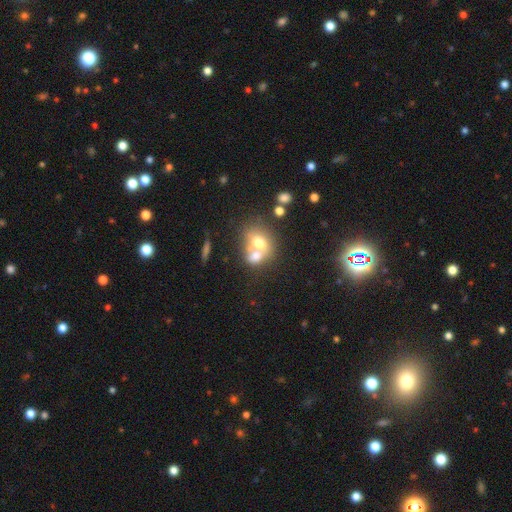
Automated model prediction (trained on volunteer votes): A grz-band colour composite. It shows a smooth galaxy with no disk features (65%) that is round (52%). Merging: merger (63%).